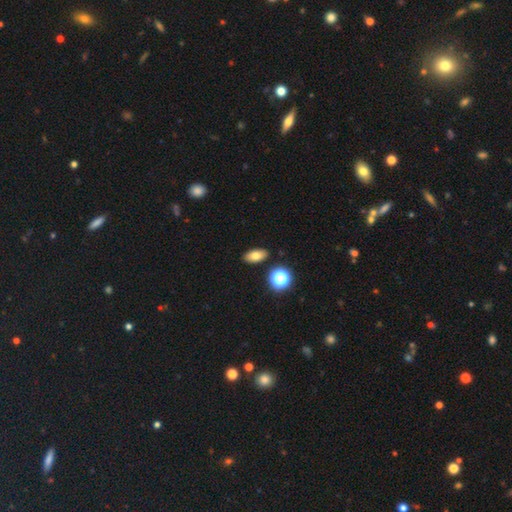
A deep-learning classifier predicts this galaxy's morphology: Smooth or featured: smooth — 76% (featured or disk — 12%)
How rounded: in between — 86% (round — 9%)
Merging: none — 88% (minor disturbance — 7%)